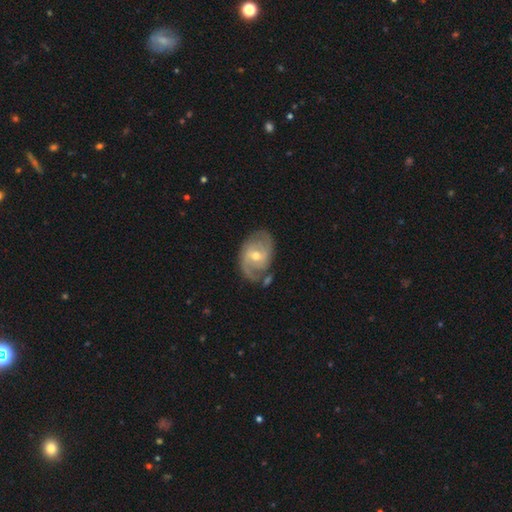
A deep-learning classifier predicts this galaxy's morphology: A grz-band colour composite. It shows a featured or disk galaxy (80%) with a weak bar (48%), 2 (65%) medium (45%) spiral arms (92%) and a moderate central bulge (58%). Merging: none (62%).